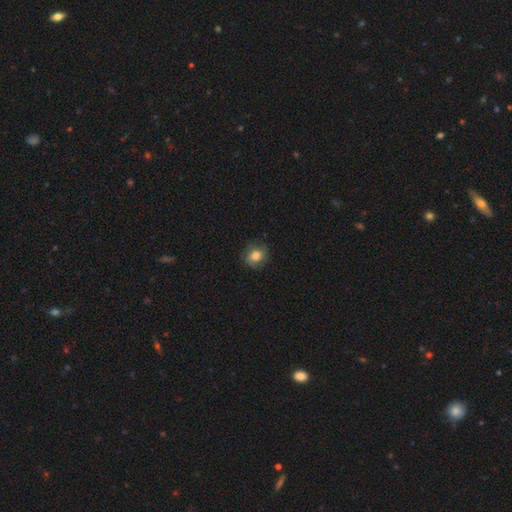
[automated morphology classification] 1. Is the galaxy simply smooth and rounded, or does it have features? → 76% smooth, 14% featured or disk, 10% star or artifact.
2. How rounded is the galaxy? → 77% round, 22% in between, 1% cigar-shaped.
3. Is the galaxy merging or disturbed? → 77% none, 17% minor disturbance, 5% major disturbance, 1% merger.